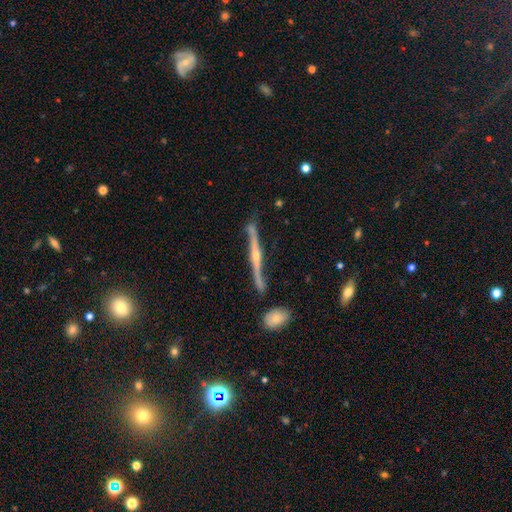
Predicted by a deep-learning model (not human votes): smooth_or_featured: featured or disk (p=0.85) [alt: smooth p=0.10]
disk_edge_on: yes (p=0.95) [alt: no p=0.05]
edge_on_bulge: rounded (p=0.87) [alt: none p=0.09]
merging: none (p=0.76) [alt: minor disturbance p=0.16]